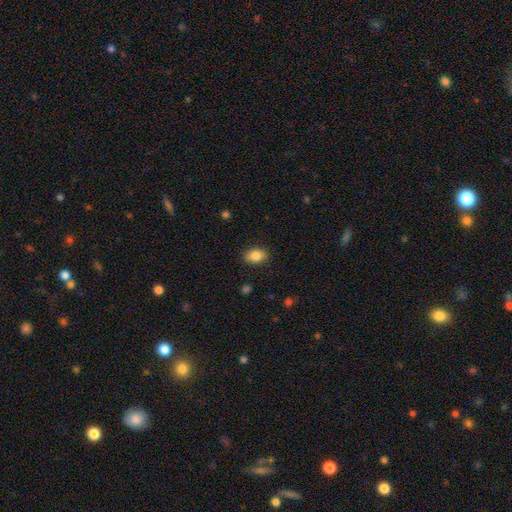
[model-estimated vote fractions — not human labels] Morphology: type=smooth (86%); roundness=in between (79%); merging=none (85%).